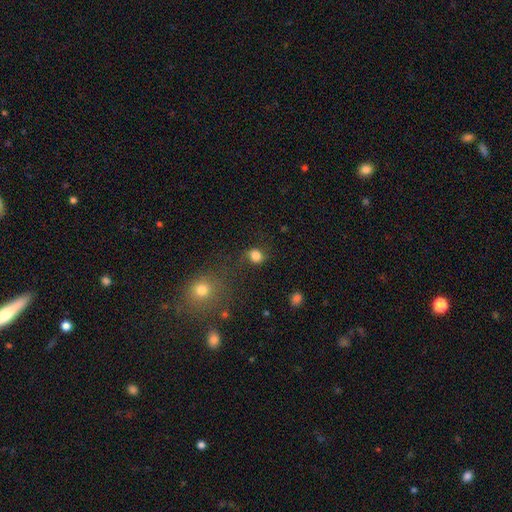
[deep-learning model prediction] smooth 78%, star or artifact 11%, featured or disk 11%. Down the decision tree: how rounded — round (76%); merging — none (64%).